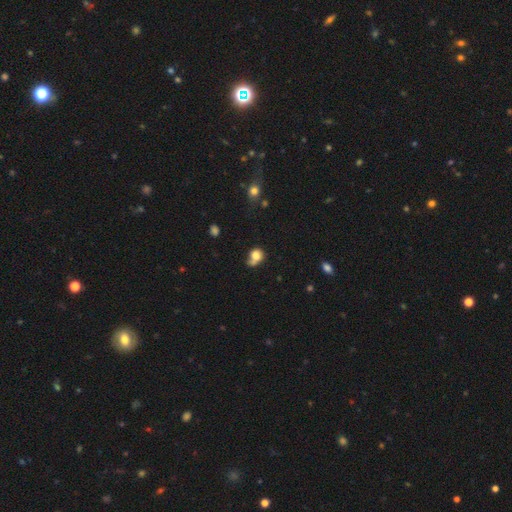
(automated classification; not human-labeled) Overall: smooth (75%). How rounded: round (62%; in between 37%). Merging: none (35%; merger 28%).